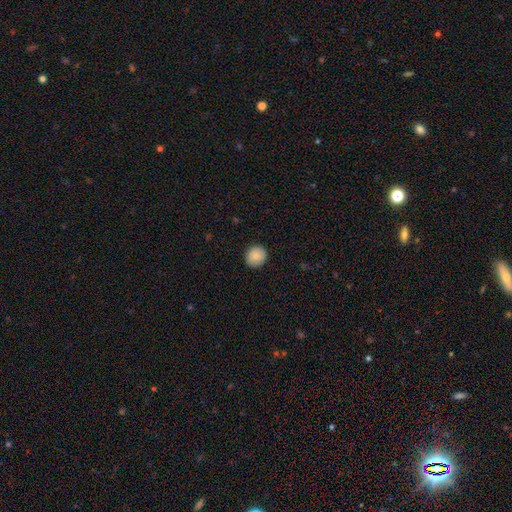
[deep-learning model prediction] Smooth or featured: smooth — 89% (star or artifact — 7%)
How rounded: round — 88% (in between — 11%)
Merging: none — 91% (minor disturbance — 7%)